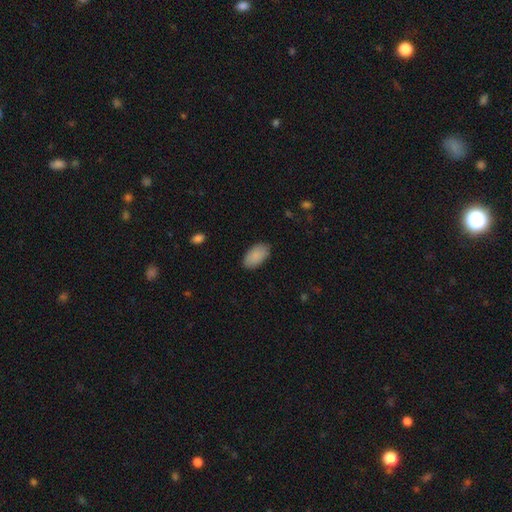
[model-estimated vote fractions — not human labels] Smooth or featured: smooth — 90% (star or artifact — 6%)
How rounded: in between — 95% (round — 3%)
Merging: none — 87% (minor disturbance — 10%)